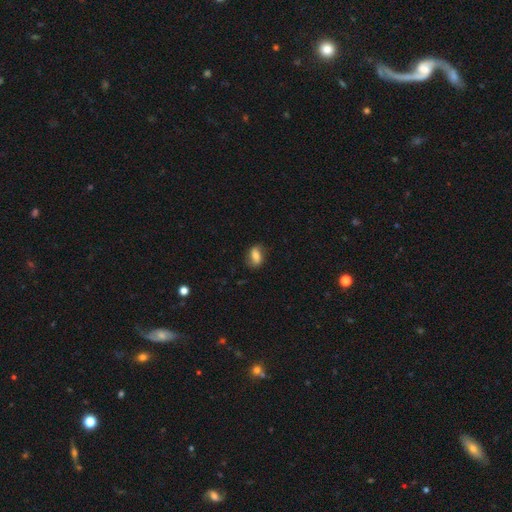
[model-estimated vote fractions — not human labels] This is likely a smooth galaxy (63%). How rounded: clearly in between (80%). Merging: likely none (75%).